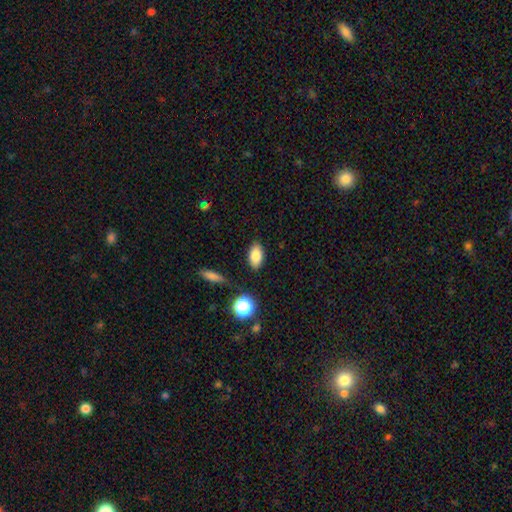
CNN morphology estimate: smooth_or_featured: smooth (p=0.82) [alt: featured or disk p=0.09]
how_rounded: in between (p=0.90) [alt: round p=0.06]
merging: none (p=0.85) [alt: minor disturbance p=0.10]